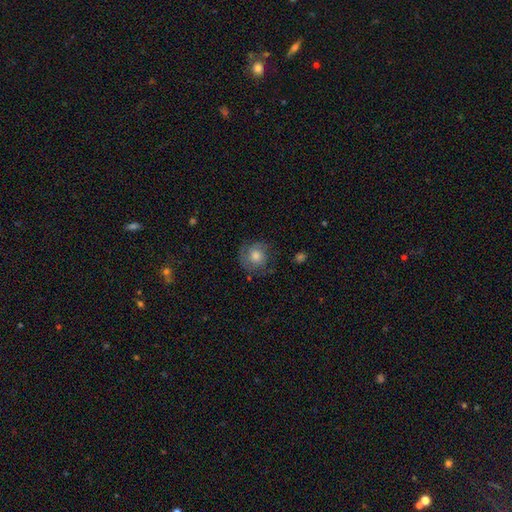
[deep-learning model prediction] A smooth galaxy with no disk features (48%).

Vote fractions:
- Smooth or featured? smooth: 48% / featured or disk: 42% / star or artifact: 10%
- Merging? none: 74% / minor disturbance: 17% / major disturbance: 8% / merger: 1%